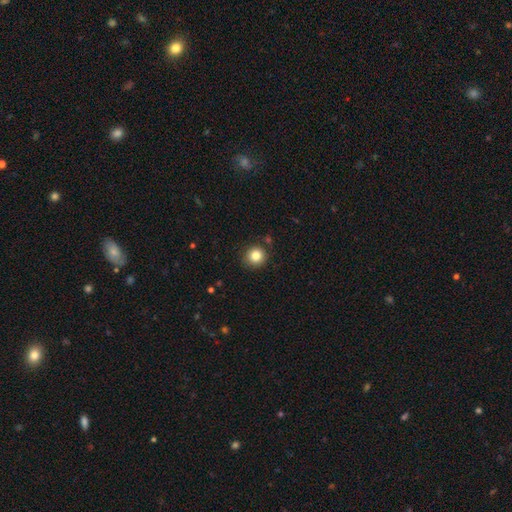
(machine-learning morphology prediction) Smooth or featured?
  - smooth: 84% *
  - star or artifact: 11%
  - featured or disk: 5%
How rounded?
  - round: 92% *
  - in between: 7%
  - cigar-shaped: 1%
Merging?
  - none: 86% *
  - minor disturbance: 9%
  - major disturbance: 2%
  - merger: 2%